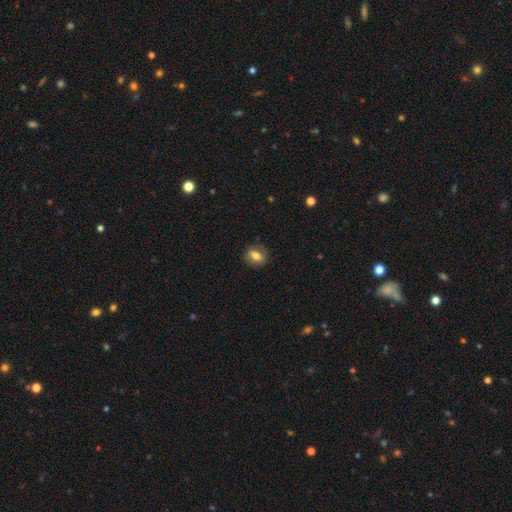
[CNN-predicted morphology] A smooth galaxy with no disk features (64%) that is in between round and cigar-shaped (60%).

Vote fractions:
- Smooth or featured? smooth: 64% / featured or disk: 28% / star or artifact: 8%
- How rounded? in between: 60% / round: 37% / cigar-shaped: 4%
- Merging? none: 81% / minor disturbance: 14% / major disturbance: 4% / merger: 1%